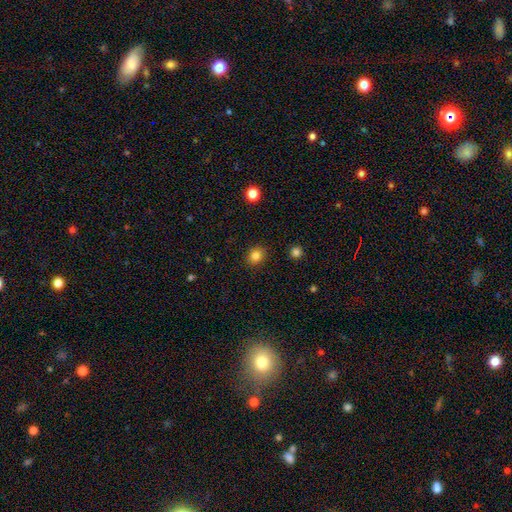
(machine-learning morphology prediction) type=smooth (83%); roundness=round (73%); merging=none (89%).